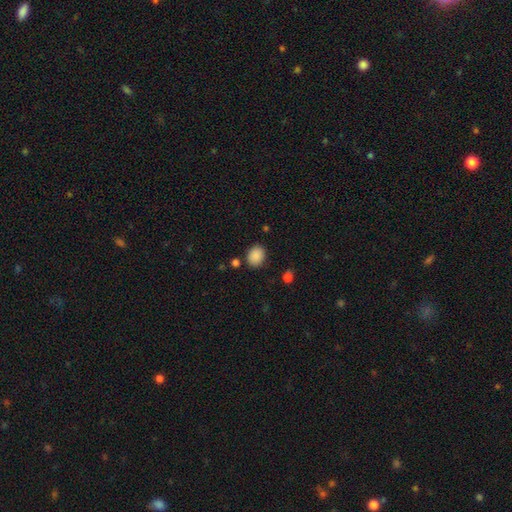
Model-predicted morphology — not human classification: A smooth galaxy with no disk features (88%) that is round (54%).

Vote fractions:
- Smooth or featured? smooth: 88% / star or artifact: 9% / featured or disk: 4%
- How rounded? round: 54% / in between: 45% / cigar-shaped: 1%
- Merging? none: 82% / minor disturbance: 11% / merger: 3% / major disturbance: 3%